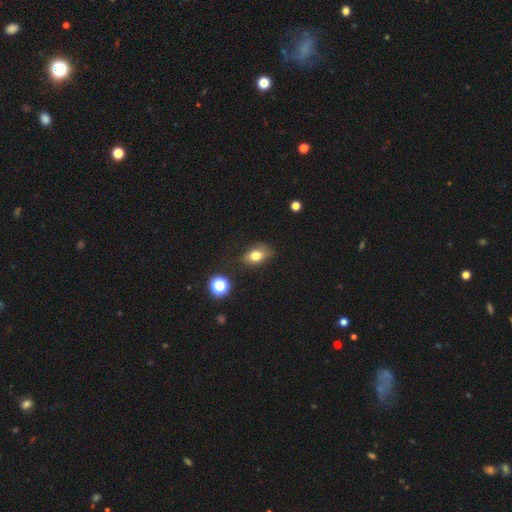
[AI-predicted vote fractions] A smooth galaxy with no disk features (76%) that is in between round and cigar-shaped (76%). Merging: none (71%).